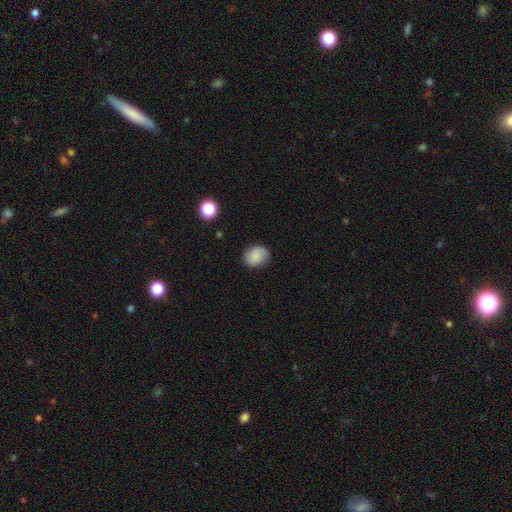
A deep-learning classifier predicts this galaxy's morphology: Q: Smooth or featured?
A: smooth (78%); runner-up: featured or disk (14%)
Q: How rounded?
A: round (53%); runner-up: in between (46%)
Q: Merging?
A: none (78%); runner-up: minor disturbance (16%)